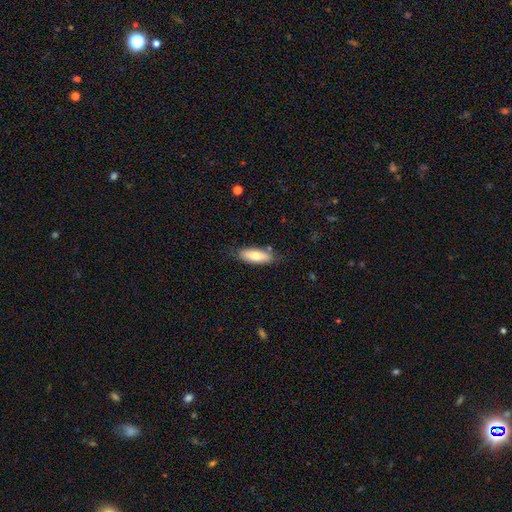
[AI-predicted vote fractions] Smooth or featured? smooth (74%)
How rounded? in between (65%)
Merging? none (80%)